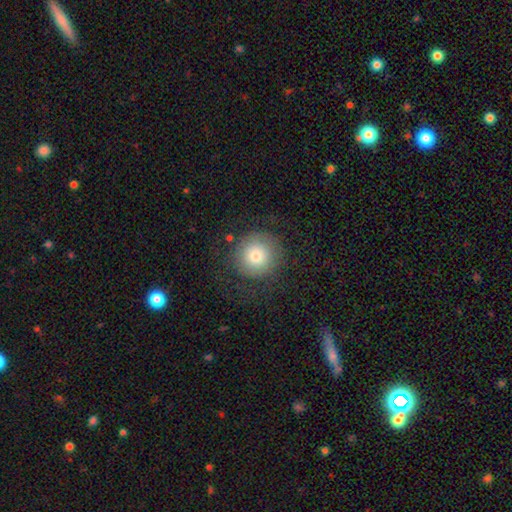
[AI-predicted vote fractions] This is likely a smooth galaxy (74%). How rounded: clearly round (94%). Merging: likely none (79%).